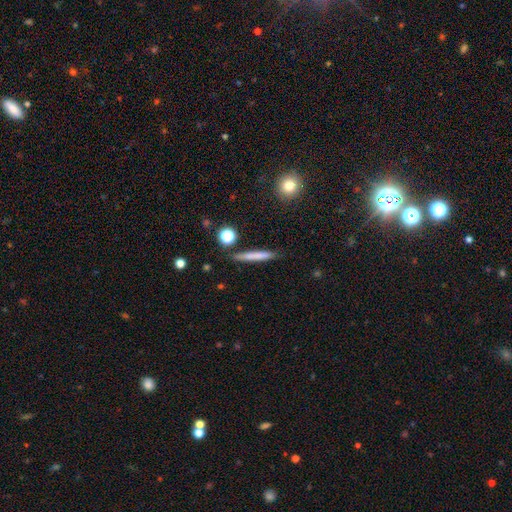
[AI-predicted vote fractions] smooth_or_featured: smooth (p=0.69) [alt: featured or disk p=0.24]
how_rounded: cigar-shaped (p=0.93) [alt: in between p=0.04]
merging: none (p=0.87) [alt: minor disturbance p=0.09]